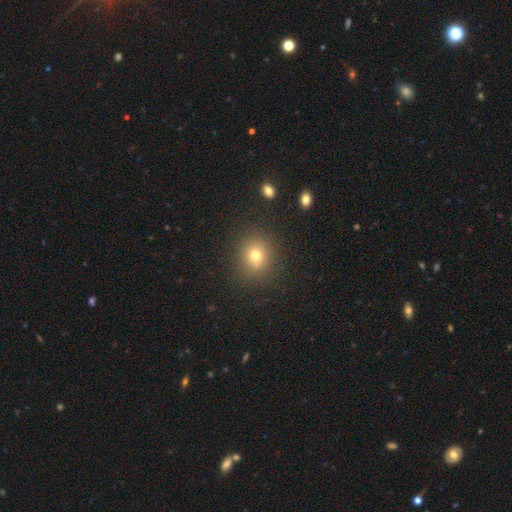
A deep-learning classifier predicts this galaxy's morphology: Smooth or featured: smooth — 73% (star or artifact — 17%)
How rounded: round — 79% (in between — 20%)
Merging: none — 88% (minor disturbance — 7%)